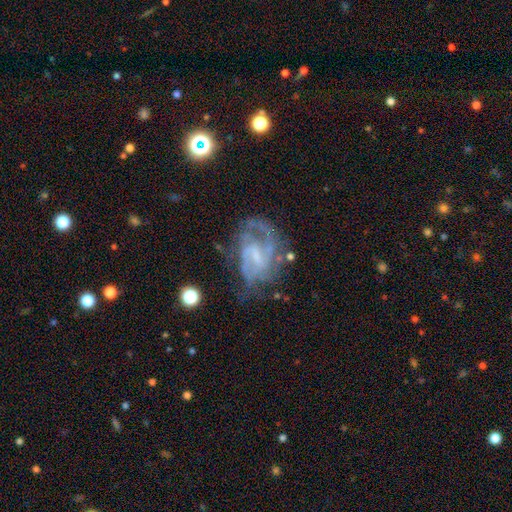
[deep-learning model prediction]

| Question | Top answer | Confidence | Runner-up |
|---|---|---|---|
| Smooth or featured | featured or disk | 82% | smooth (10%) |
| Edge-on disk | no | 97% | yes (3%) |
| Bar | weak | 53% | no (28%) |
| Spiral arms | yes | 90% | no (10%) |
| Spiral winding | medium | 46% | tight (38%) |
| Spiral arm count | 2 | 48% | can't tell (24%) |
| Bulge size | small | 49% | none (30%) |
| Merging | none | 55% | minor disturbance (22%) |